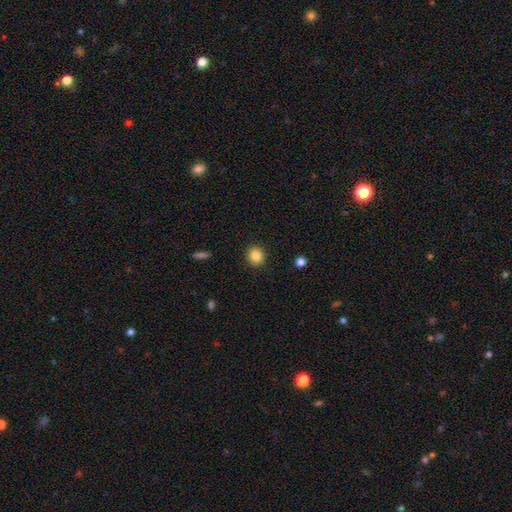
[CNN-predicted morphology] A smooth galaxy with no disk features (85%) that is round (86%). Merging: none (91%).